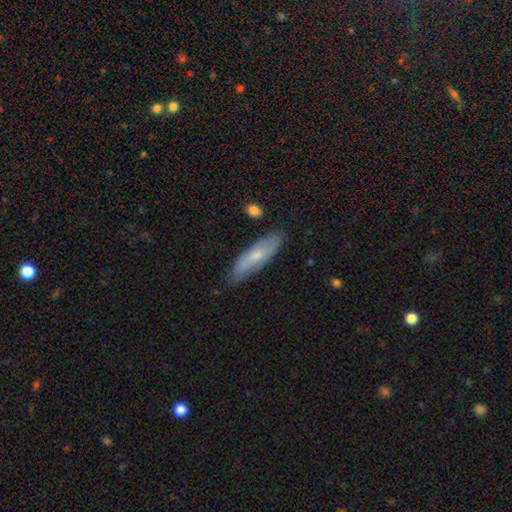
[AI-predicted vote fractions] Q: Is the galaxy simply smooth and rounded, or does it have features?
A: smooth — 60%.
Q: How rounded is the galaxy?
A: cigar-shaped — 59%.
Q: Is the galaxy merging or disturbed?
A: none — 79%.